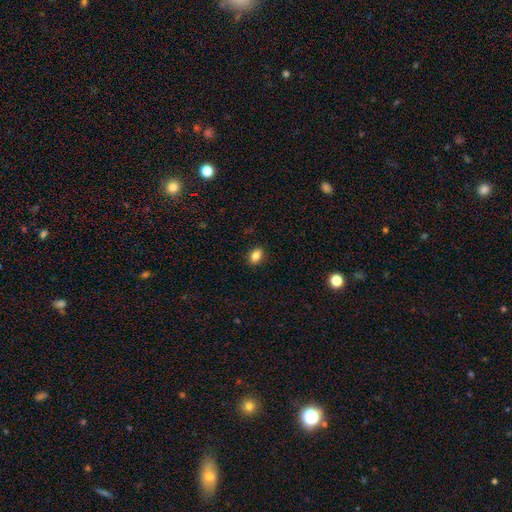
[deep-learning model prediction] Smooth or featured? Predicted: smooth (p=0.86). How rounded? Predicted: in between (p=0.84). Merging? Predicted: none (p=0.89).